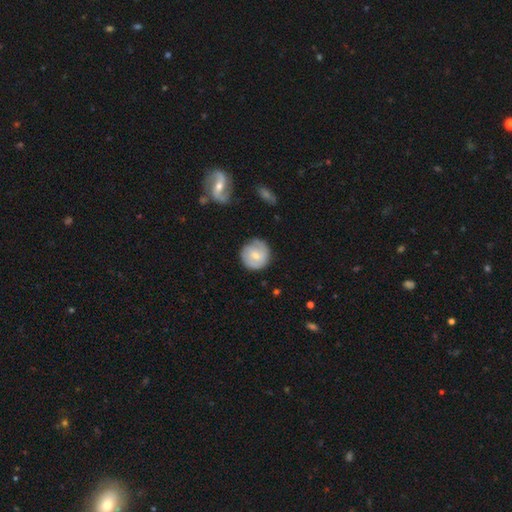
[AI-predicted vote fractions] The model was most divided on "smooth or featured": smooth: 51%, featured or disk: 42%, star or artifact: 6%. More confident: how rounded — round (92%); merging — none (79%).